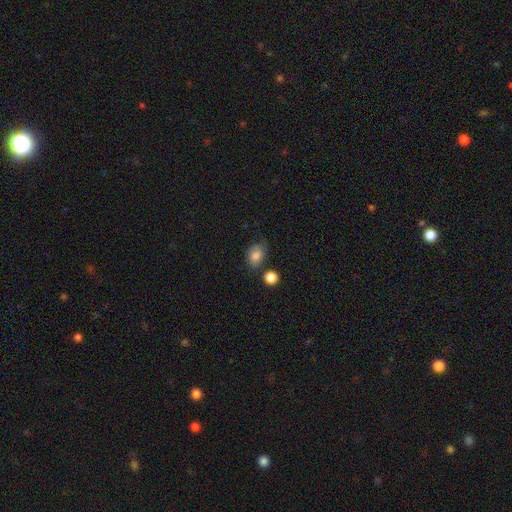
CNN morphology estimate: The model was most divided on "merging": none: 59%, minor disturbance: 26%, major disturbance: 8%, merger: 7%. More confident: smooth or featured — smooth (76%); how rounded — in between (66%).